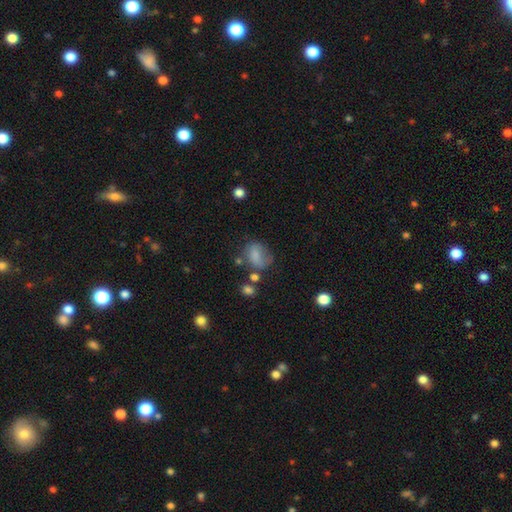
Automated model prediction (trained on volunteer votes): smooth 70%, featured or disk 18%, star or artifact 12%. Down the decision tree: how rounded — in between (61%); merging — none (41%).